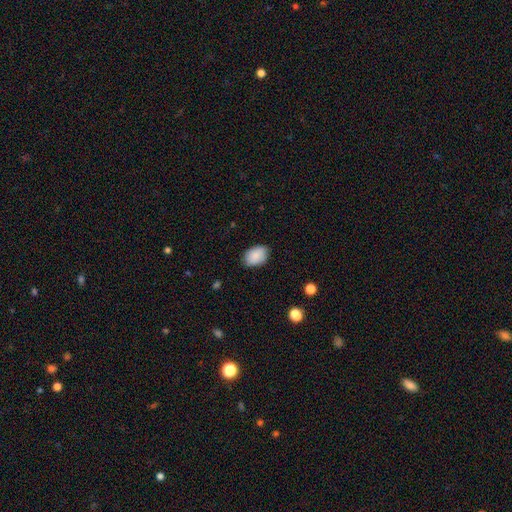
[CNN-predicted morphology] The model was most divided on "merging": none: 81%, minor disturbance: 15%, major disturbance: 3%, merger: 1%. More confident: smooth or featured — smooth (88%); how rounded — in between (86%).